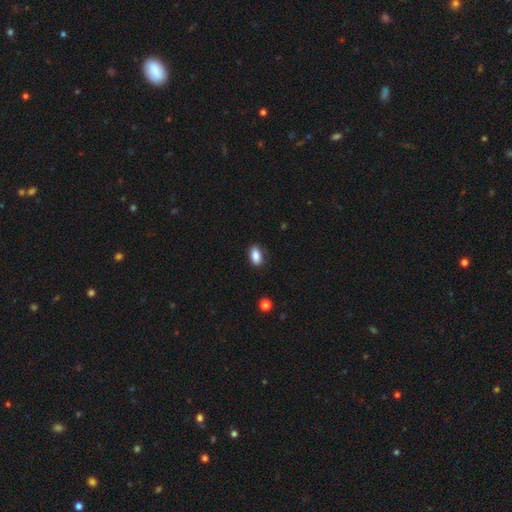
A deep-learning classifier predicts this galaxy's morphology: smooth_or_featured: smooth (p=0.86) [alt: star or artifact p=0.08]
how_rounded: in between (p=0.89) [alt: round p=0.07]
merging: none (p=0.83) [alt: minor disturbance p=0.13]